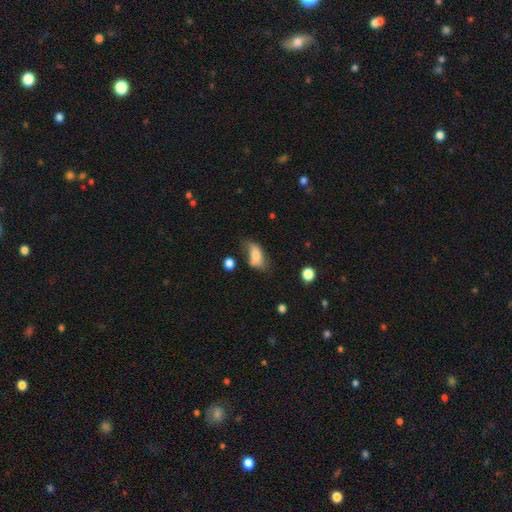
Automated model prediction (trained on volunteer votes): smooth-or-featured: smooth: 70% | featured or disk: 21% | star or artifact: 9%
  how-rounded: in between: 87% | cigar-shaped: 7% | round: 6%
  merging: minor disturbance: 35% | none: 34% | major disturbance: 24% | merger: 7%